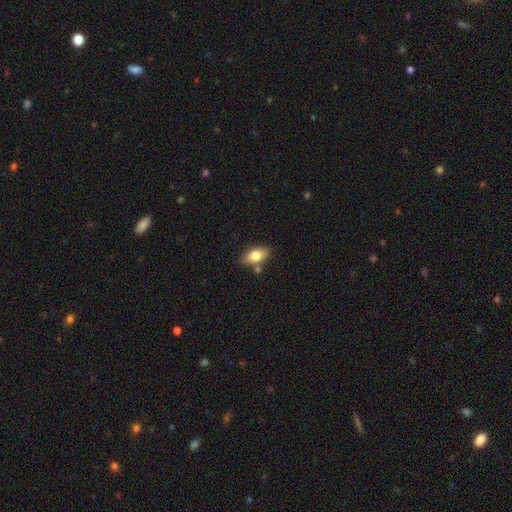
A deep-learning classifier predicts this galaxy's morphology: Smooth or featured?
  - smooth: 77% *
  - featured or disk: 15%
  - star or artifact: 8%
How rounded?
  - in between: 87% *
  - round: 9%
  - cigar-shaped: 4%
Merging?
  - none: 73% *
  - minor disturbance: 14%
  - merger: 10%
  - major disturbance: 3%